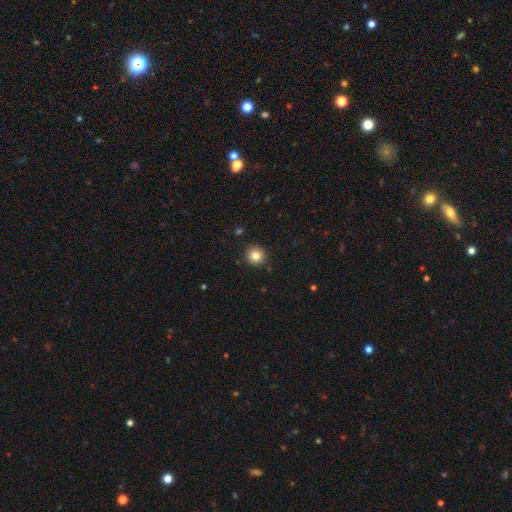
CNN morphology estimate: type=smooth (82%); roundness=round (95%); merging=none (92%).